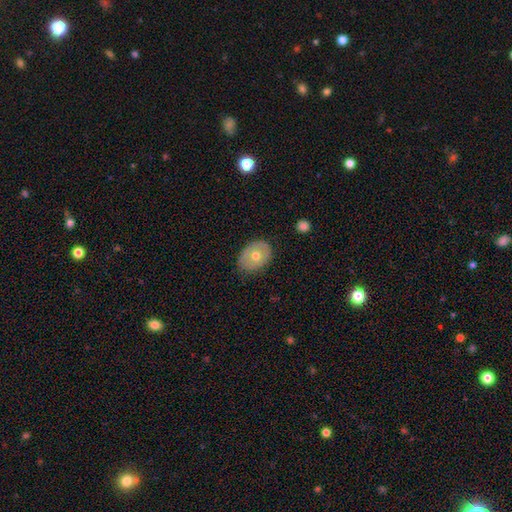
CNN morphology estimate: type=smooth (57%); roundness=in between (71%); merging=none (77%).